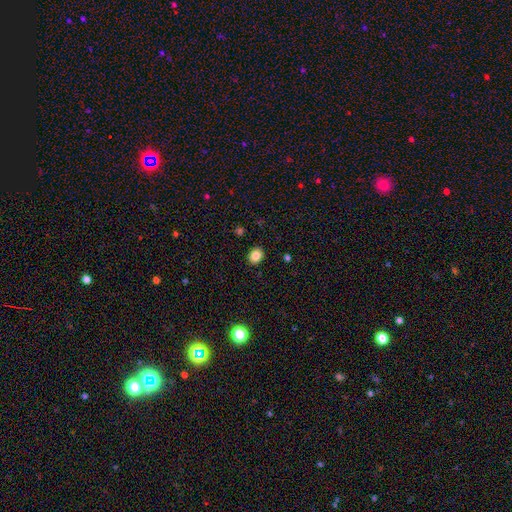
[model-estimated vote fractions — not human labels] Overall: smooth (84%). How rounded: round (54%; in between 46%). Merging: none (90%).